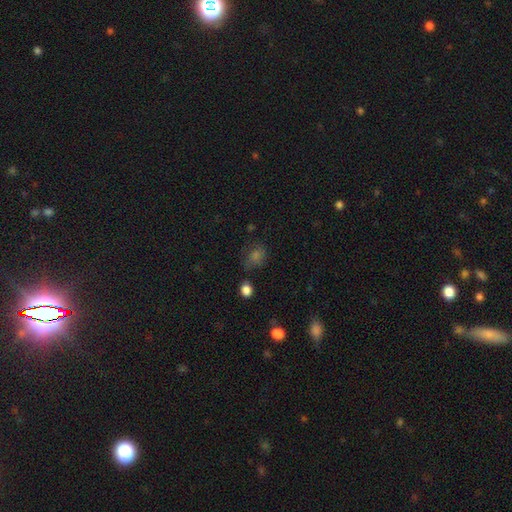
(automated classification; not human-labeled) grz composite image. It shows a smooth galaxy with no disk features (60%) that is round (51%). Merging: none (65%).